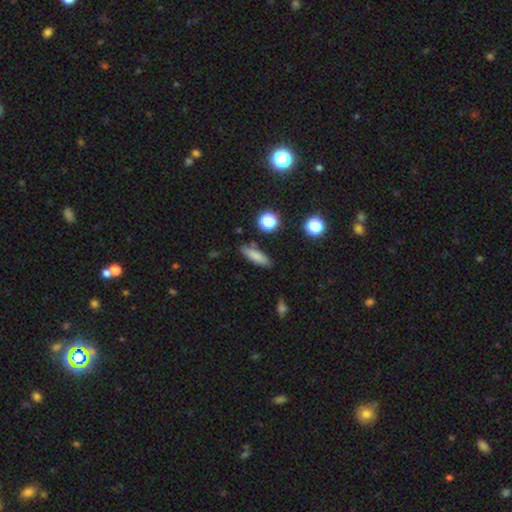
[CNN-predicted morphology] Smooth or featured: smooth — 80% (star or artifact — 11%)
How rounded: cigar-shaped — 54% (in between — 41%)
Merging: none — 84% (minor disturbance — 11%)